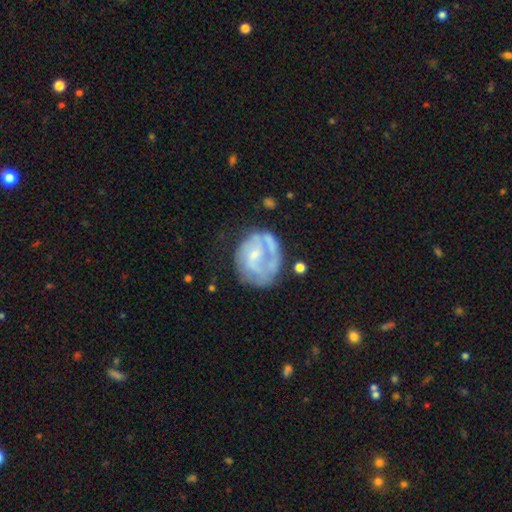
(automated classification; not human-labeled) The model was most divided on "bar": no: 55%, weak: 36%, strong: 9%. Remaining: edge-on disk — no (98%); smooth or featured — featured or disk (67%); spiral arms — yes (61%); bulge size — small (59%); merging — none (47%).